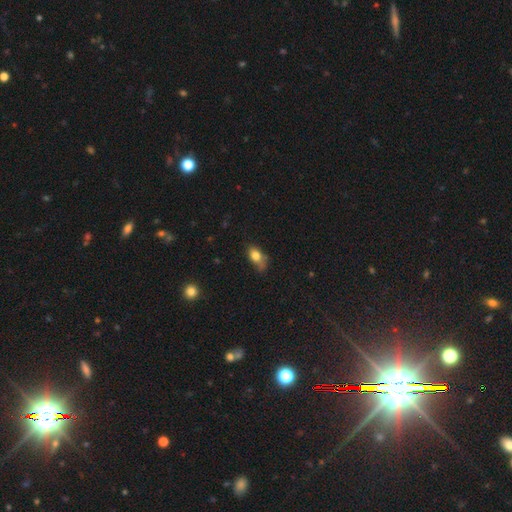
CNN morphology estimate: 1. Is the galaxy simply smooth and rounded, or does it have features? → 77% smooth, 13% featured or disk, 10% star or artifact.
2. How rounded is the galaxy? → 77% in between, 18% round, 5% cigar-shaped.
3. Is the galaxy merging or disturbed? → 38% none, 37% minor disturbance, 19% major disturbance, 6% merger.